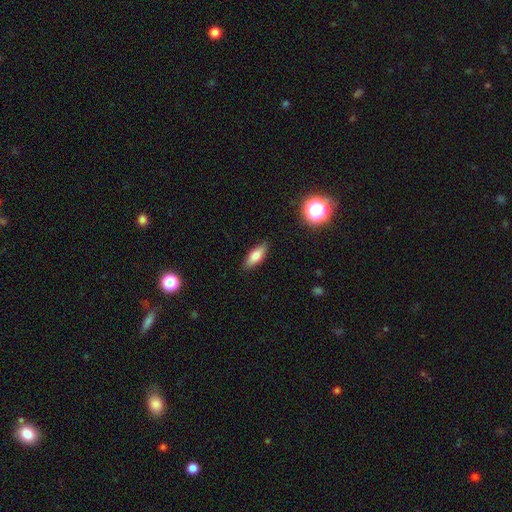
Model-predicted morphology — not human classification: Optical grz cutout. It shows a smooth galaxy with no disk features (76%) that is in between round and cigar-shaped (69%). Merging: none (87%).